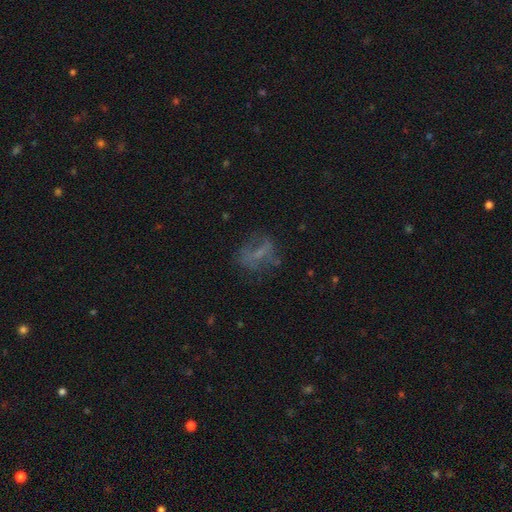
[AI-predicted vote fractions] This appears to be a featured or disk galaxy (42%). Merging: none (55%).